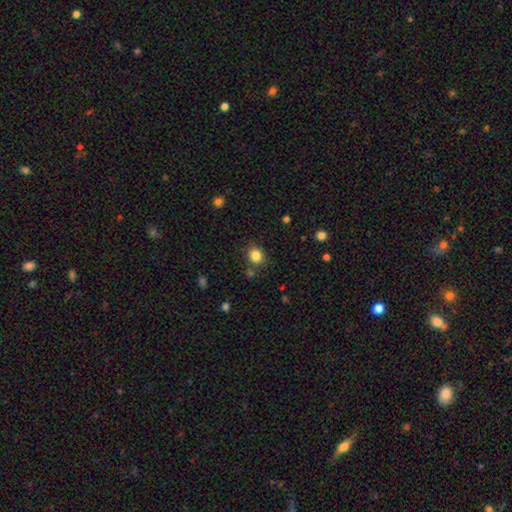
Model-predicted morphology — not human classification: smooth 84%, star or artifact 11%, featured or disk 5%. Down the decision tree: how rounded — round (75%); merging — none (79%).